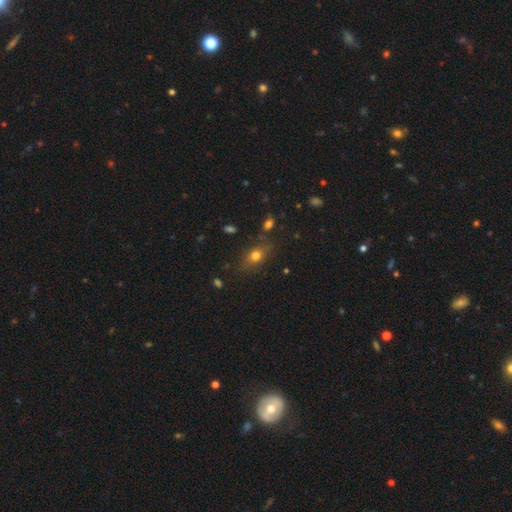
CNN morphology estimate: This is likely a smooth galaxy (75%). How rounded: likely in between (62%). Merging: likely none (75%).